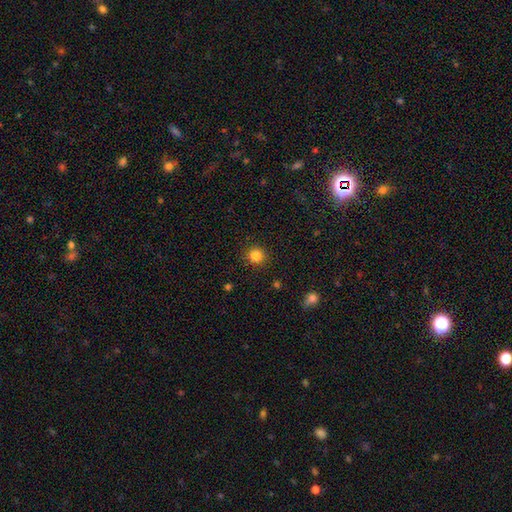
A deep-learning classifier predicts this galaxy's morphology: This is clearly a smooth galaxy (84%). How rounded: clearly round (92%). Merging: clearly none (90%).